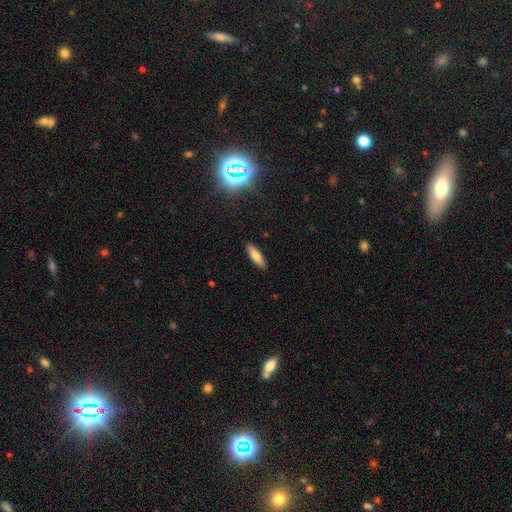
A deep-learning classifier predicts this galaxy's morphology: Q: Smooth or featured?
A: smooth (74%); runner-up: featured or disk (19%)
Q: How rounded?
A: cigar-shaped (58%); runner-up: in between (40%)
Q: Merging?
A: none (90%); runner-up: minor disturbance (8%)